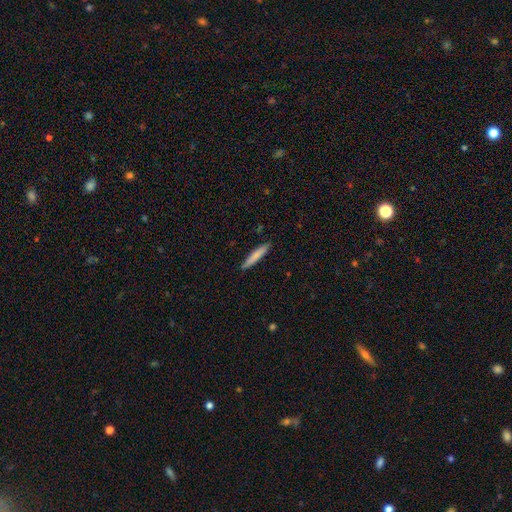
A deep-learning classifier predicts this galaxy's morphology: Overall: smooth (78%). How rounded: cigar-shaped (93%). Merging: none (89%).